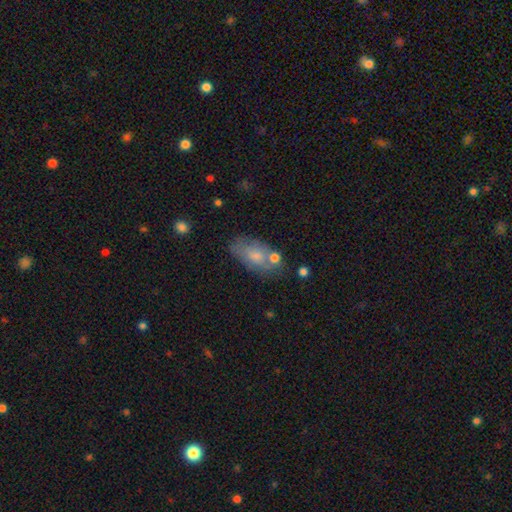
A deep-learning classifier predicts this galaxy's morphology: A smooth galaxy with no disk features (70%) that is in between round and cigar-shaped (91%).

Vote fractions:
- Smooth or featured? smooth: 70% / featured or disk: 23% / star or artifact: 8%
- How rounded? in between: 91% / round: 5% / cigar-shaped: 4%
- Merging? none: 57% / minor disturbance: 23% / merger: 13% / major disturbance: 8%